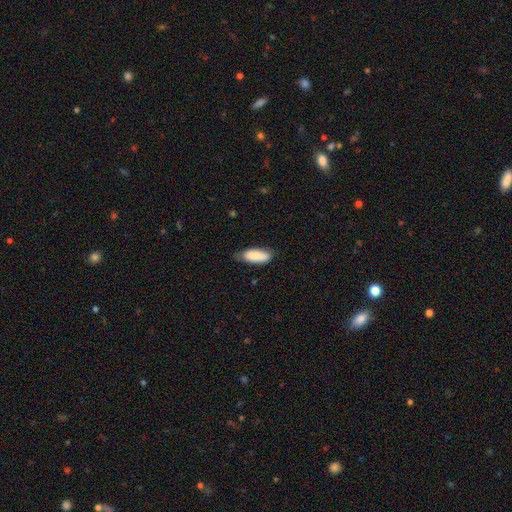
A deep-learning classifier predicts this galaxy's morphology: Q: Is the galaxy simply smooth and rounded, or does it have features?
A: smooth — 86%.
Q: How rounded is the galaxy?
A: in between — 75%.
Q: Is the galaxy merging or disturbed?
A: none — 68%.